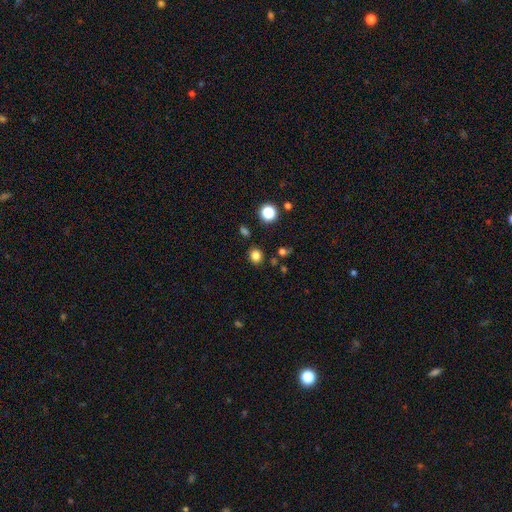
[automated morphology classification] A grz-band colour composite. It shows a smooth galaxy with no disk features (82%) that is round (71%). Merging: none (85%).